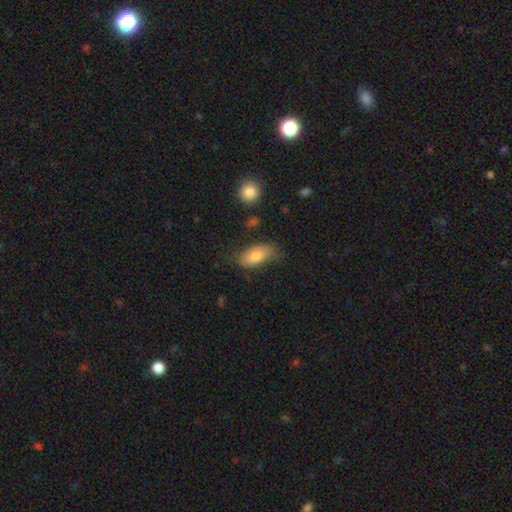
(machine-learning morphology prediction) smooth_or_featured: smooth (p=0.79) [alt: featured or disk p=0.14]
how_rounded: in between (p=0.90) [alt: cigar-shaped p=0.07]
merging: none (p=0.66) [alt: minor disturbance p=0.25]